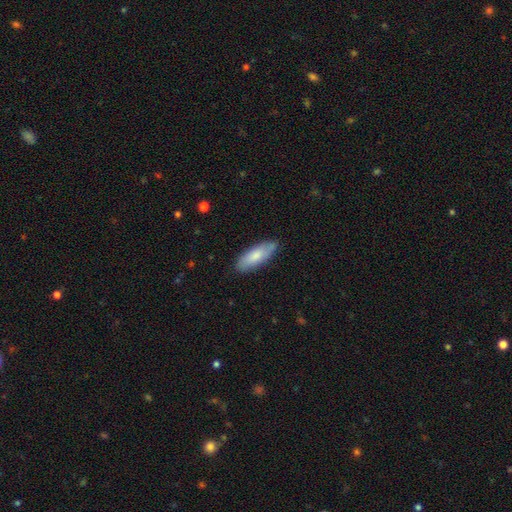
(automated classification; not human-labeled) Smooth or featured: smooth — 79% (featured or disk — 16%)
How rounded: in between — 63% (cigar-shaped — 36%)
Merging: none — 84% (minor disturbance — 13%)